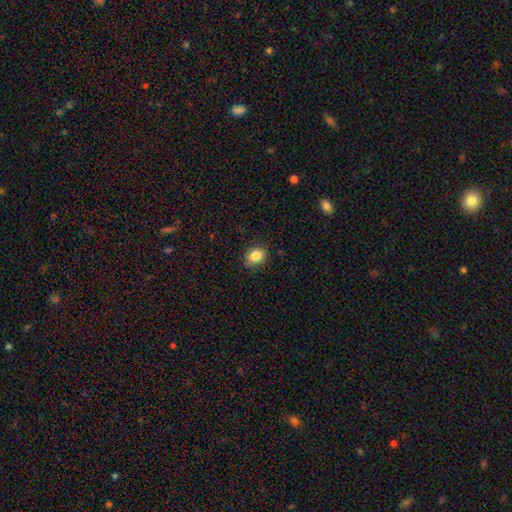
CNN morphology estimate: smooth-or-featured: smooth: 83% | star or artifact: 9% | featured or disk: 8%
  how-rounded: in between: 75% | round: 24% | cigar-shaped: 1%
  merging: none: 82% | minor disturbance: 15% | major disturbance: 3% | merger: 1%